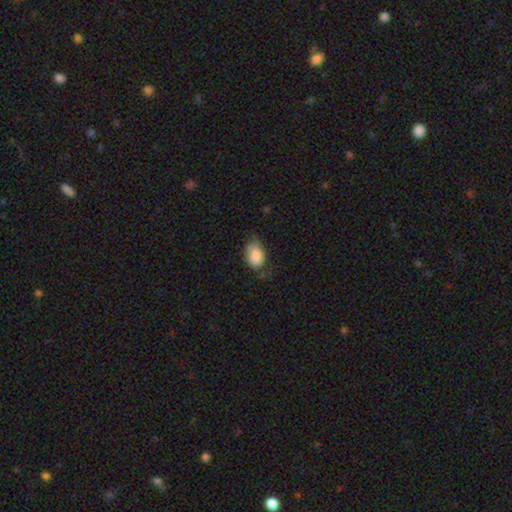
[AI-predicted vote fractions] smooth-or-featured: smooth: 83% | featured or disk: 10% | star or artifact: 7%
  how-rounded: in between: 87% | round: 12% | cigar-shaped: 1%
  merging: none: 49% | minor disturbance: 35% | major disturbance: 15% | merger: 2%